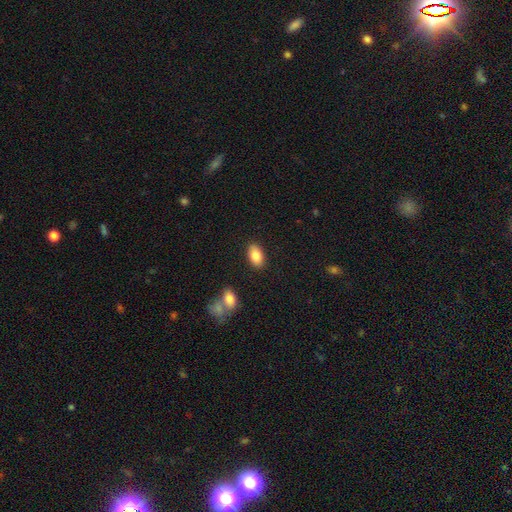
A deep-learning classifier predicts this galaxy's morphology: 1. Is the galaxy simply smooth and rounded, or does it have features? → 84% smooth, 9% featured or disk, 7% star or artifact.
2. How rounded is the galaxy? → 93% in between, 5% round, 2% cigar-shaped.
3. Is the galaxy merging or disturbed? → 87% none, 8% minor disturbance, 2% merger, 2% major disturbance.